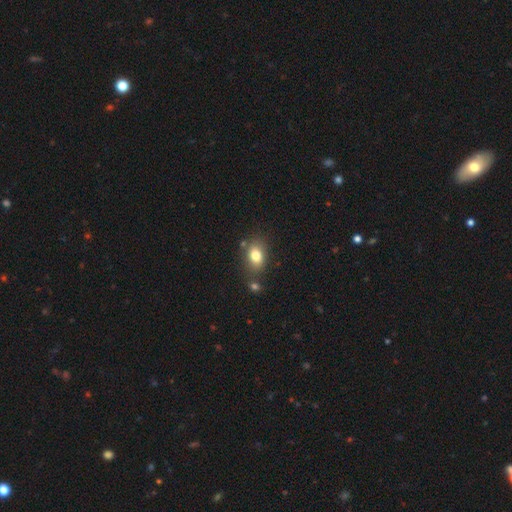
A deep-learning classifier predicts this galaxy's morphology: smooth-or-featured: smooth: 80% | featured or disk: 10% | star or artifact: 10%
  how-rounded: in between: 75% | round: 24% | cigar-shaped: 1%
  merging: none: 71% | minor disturbance: 14% | merger: 11% | major disturbance: 4%